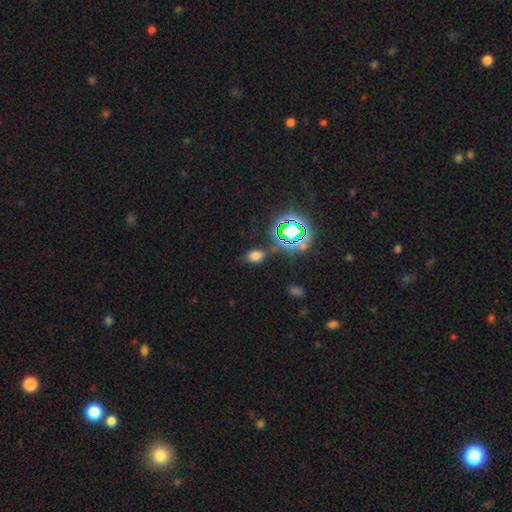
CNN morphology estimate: A smooth galaxy with no disk features (64%) that is in between round and cigar-shaped (84%).

Vote fractions:
- Smooth or featured? smooth: 64% / star or artifact: 28% / featured or disk: 7%
- How rounded? in between: 84% / round: 14% / cigar-shaped: 2%
- Merging? none: 78% / minor disturbance: 14% / major disturbance: 5% / merger: 4%